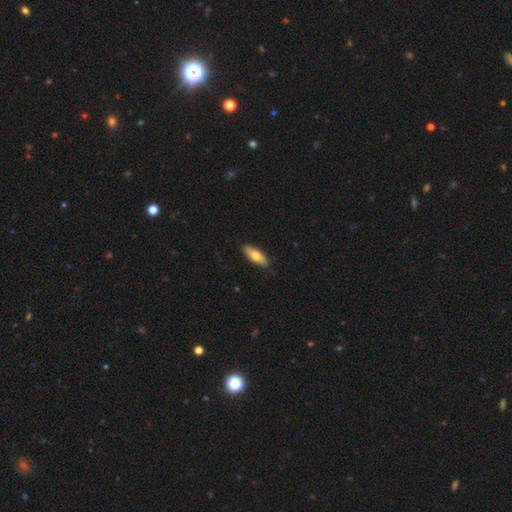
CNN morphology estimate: This is likely a smooth galaxy (71%). How rounded: possibly in between (59%). Merging: clearly none (86%).